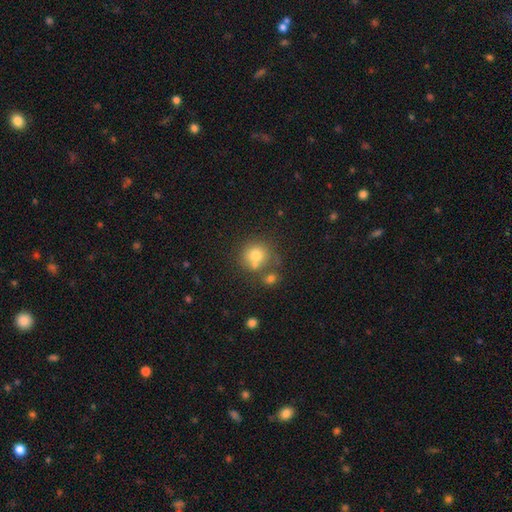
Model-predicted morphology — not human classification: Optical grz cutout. It shows a smooth galaxy with no disk features (74%) that is round (88%). Merging: none (59%).